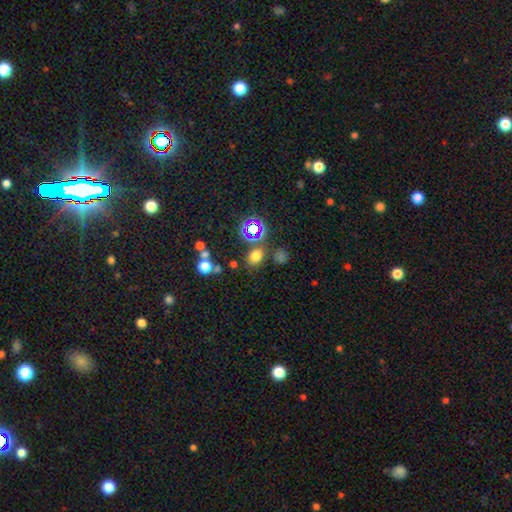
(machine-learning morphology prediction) type=smooth (66%); roundness=in between (60%); merging=none (73%).